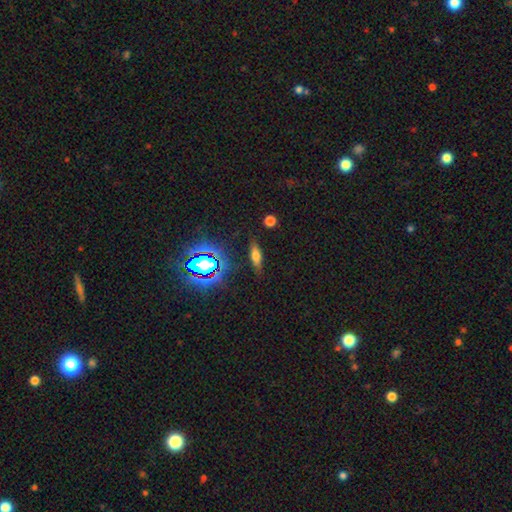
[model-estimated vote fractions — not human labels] Smooth or featured?
  - smooth: 59% *
  - featured or disk: 23%
  - star or artifact: 18%
How rounded?
  - in between: 50% *
  - cigar-shaped: 45%
  - round: 5%
Merging?
  - none: 82% *
  - minor disturbance: 12%
  - major disturbance: 4%
  - merger: 2%